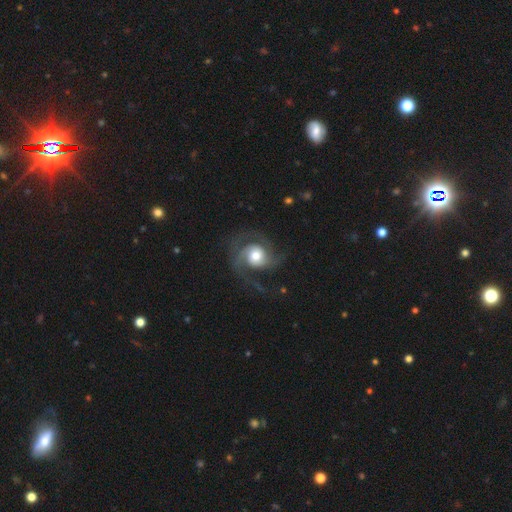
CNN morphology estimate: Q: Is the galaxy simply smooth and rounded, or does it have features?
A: featured or disk — 84%.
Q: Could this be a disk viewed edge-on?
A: no — 98%.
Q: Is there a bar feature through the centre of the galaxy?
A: no — 75%.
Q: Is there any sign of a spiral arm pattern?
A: yes — 97%.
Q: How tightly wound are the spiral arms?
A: medium — 49%.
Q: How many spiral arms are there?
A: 2 — 47%.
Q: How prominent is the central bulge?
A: moderate — 52%.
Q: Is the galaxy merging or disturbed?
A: none — 65%.